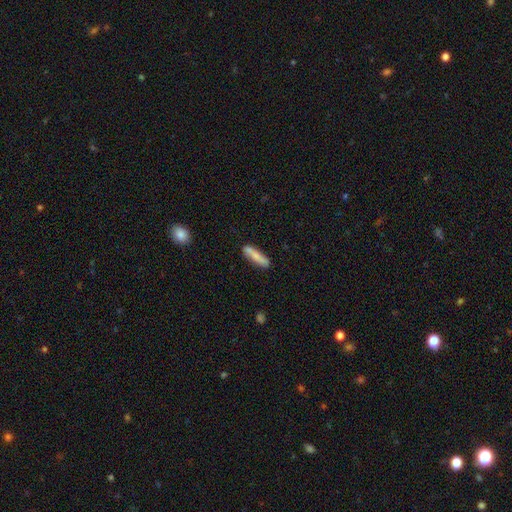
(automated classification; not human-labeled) smooth 73%, featured or disk 21%, star or artifact 6%. Down the decision tree: how rounded — cigar-shaped (74%); merging — none (78%).